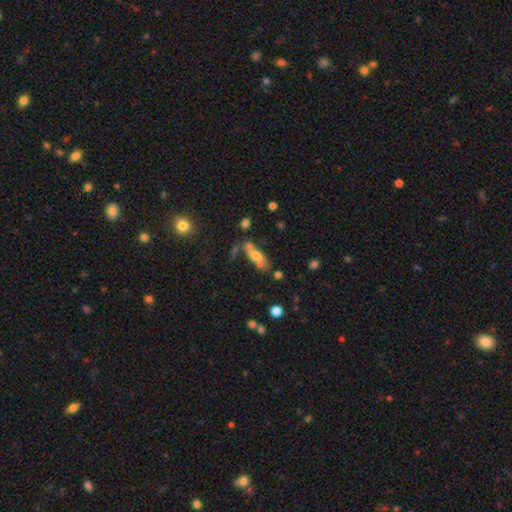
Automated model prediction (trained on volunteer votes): A smooth galaxy with no disk features (57%) that is in between round and cigar-shaped (65%).

Vote fractions:
- Smooth or featured? smooth: 57% / featured or disk: 33% / star or artifact: 10%
- How rounded? in between: 65% / cigar-shaped: 31% / round: 4%
- Merging? none: 42% / merger: 27% / minor disturbance: 19% / major disturbance: 12%